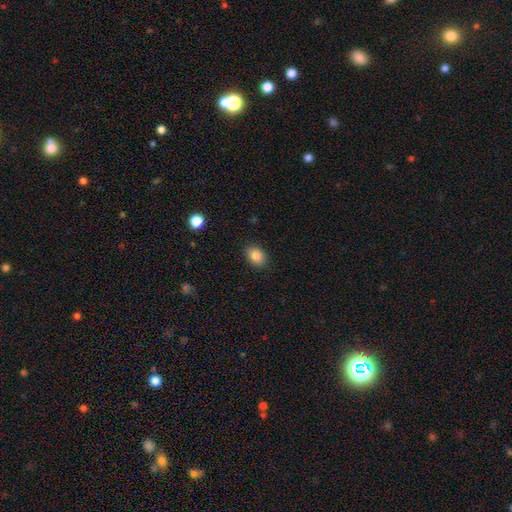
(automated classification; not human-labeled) Smooth or featured?
  - smooth: 85% *
  - star or artifact: 9%
  - featured or disk: 6%
How rounded?
  - in between: 72% *
  - round: 27%
  - cigar-shaped: 1%
Merging?
  - none: 88% *
  - minor disturbance: 9%
  - major disturbance: 2%
  - merger: 1%